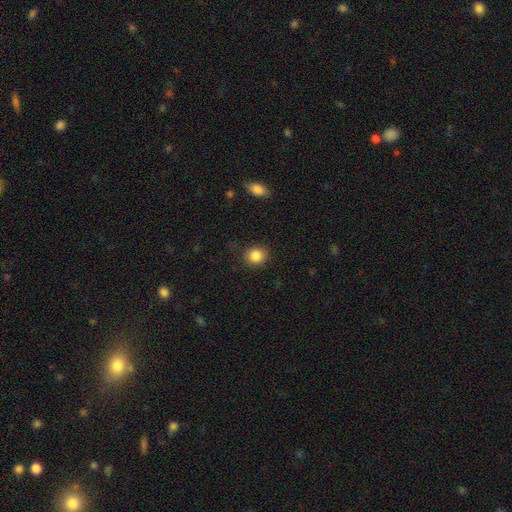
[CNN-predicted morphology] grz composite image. It shows a smooth galaxy with no disk features (86%) that is round (78%). Merging: none (86%).